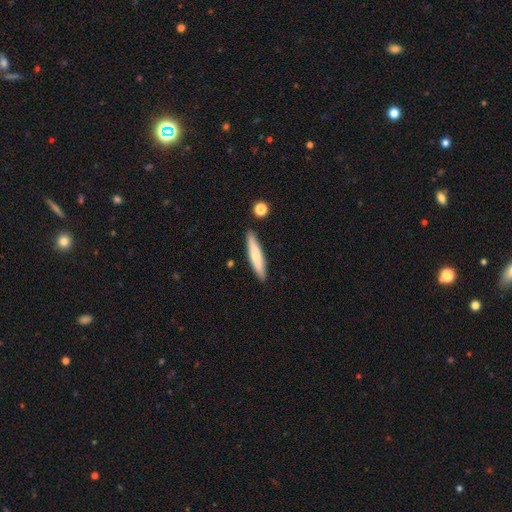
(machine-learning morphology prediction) Overall: smooth (68%). How rounded: cigar-shaped (88%). Merging: none (87%).